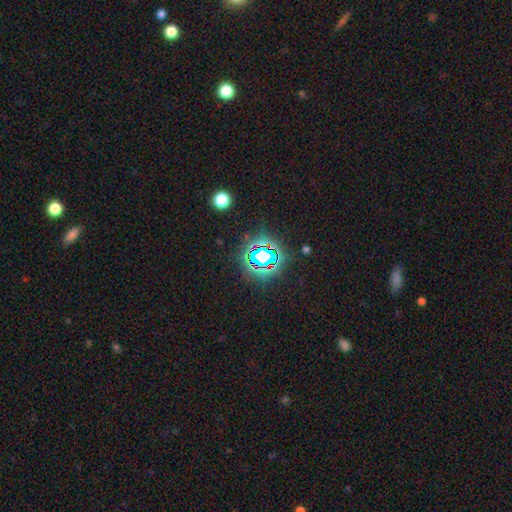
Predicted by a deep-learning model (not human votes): Smooth or featured? star or artifact (75%)